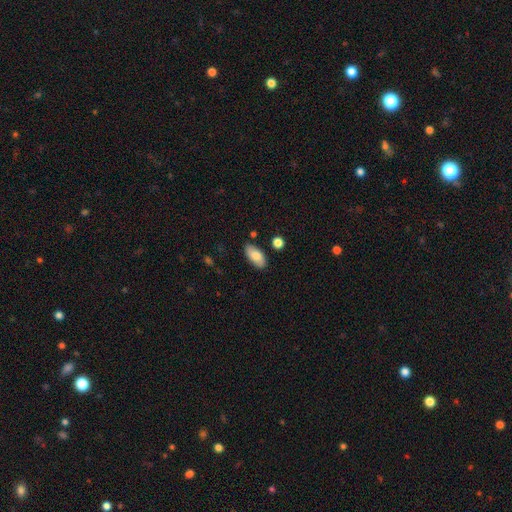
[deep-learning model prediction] Smooth or featured? smooth (82%)
How rounded? in between (91%)
Merging? none (84%)